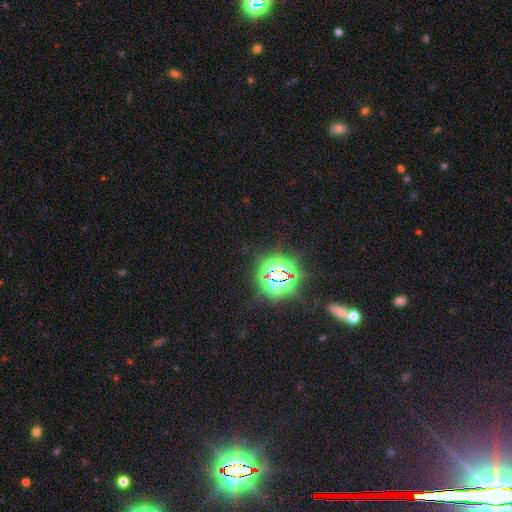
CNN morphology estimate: The model was most divided on "smooth or featured": star or artifact: 84%, smooth: 9%, featured or disk: 7%.